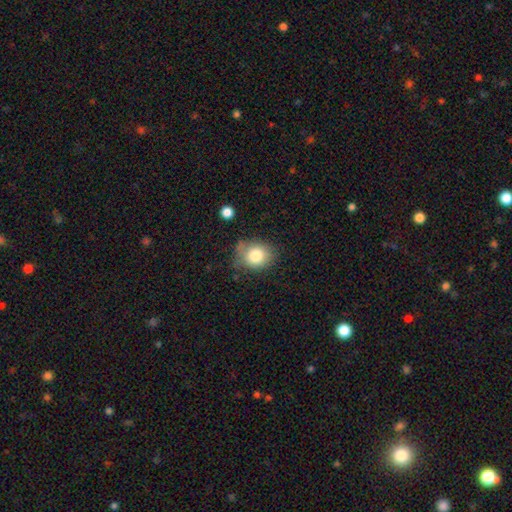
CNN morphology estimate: Overall: smooth (80%). How rounded: round (60%; in between 39%). Merging: none (60%; minor disturbance 27%).